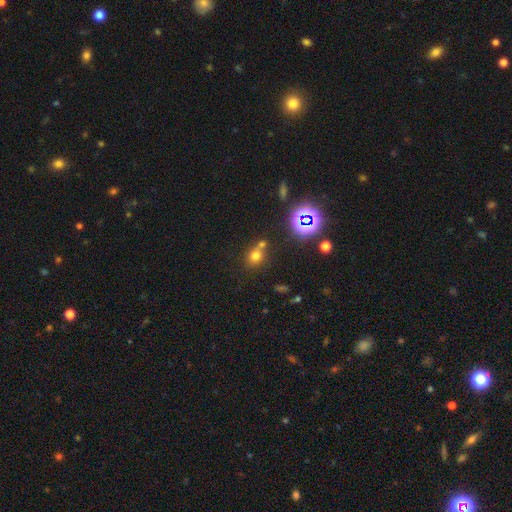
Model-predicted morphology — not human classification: Q: Smooth or featured?
A: smooth (67%); runner-up: star or artifact (23%)
Q: How rounded?
A: round (69%); runner-up: in between (30%)
Q: Merging?
A: none (53%); runner-up: merger (32%)